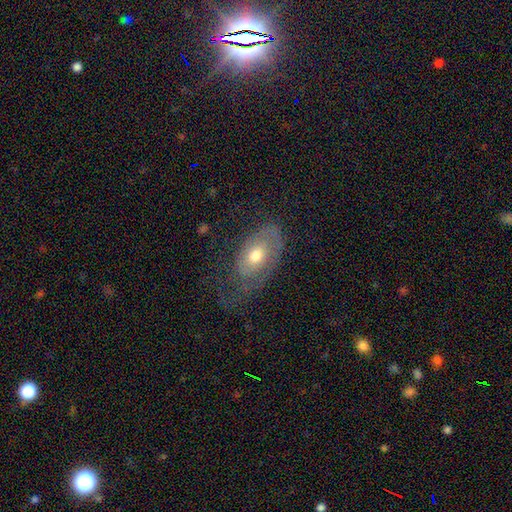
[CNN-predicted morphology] Overall: featured or disk (54%; smooth 39%). Edge-on disk: no (90%). Merging: none (48%; major disturbance 26%).